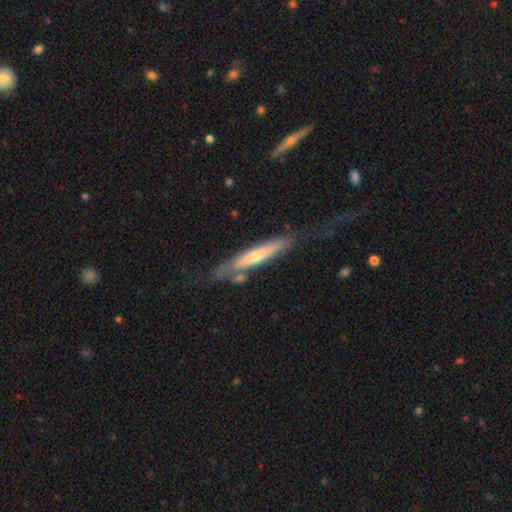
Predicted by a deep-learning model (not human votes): featured or disk 55%, smooth 39%, star or artifact 6%. Down the decision tree: edge-on disk — yes (84%); merging — none (65%).